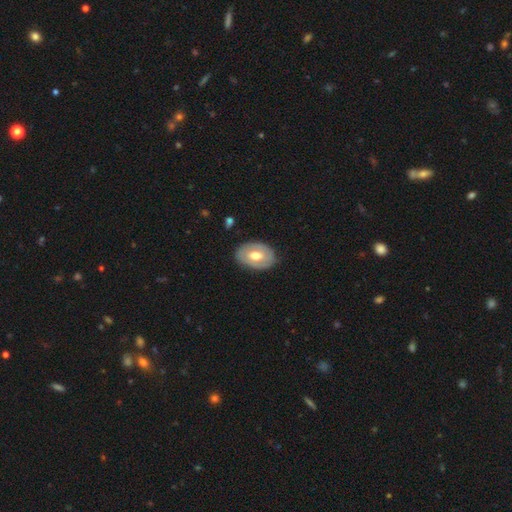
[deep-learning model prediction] smooth-or-featured: featured or disk: 50% | smooth: 45% | star or artifact: 5%
  merging: none: 82% | minor disturbance: 13% | major disturbance: 3% | merger: 1%